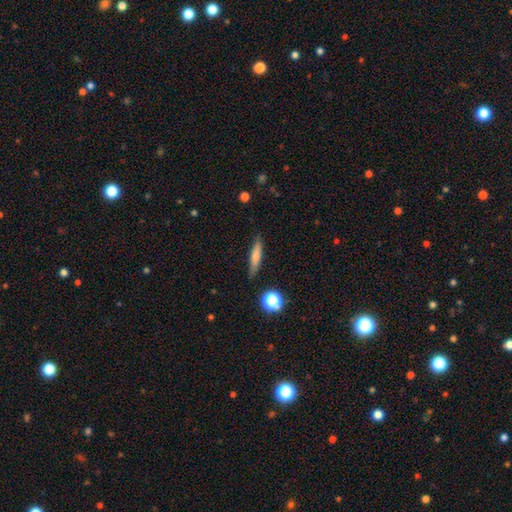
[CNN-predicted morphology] The model was most divided on "smooth or featured": smooth: 68%, featured or disk: 24%, star or artifact: 8%. More confident: merging — none (84%); how rounded — cigar-shaped (82%).